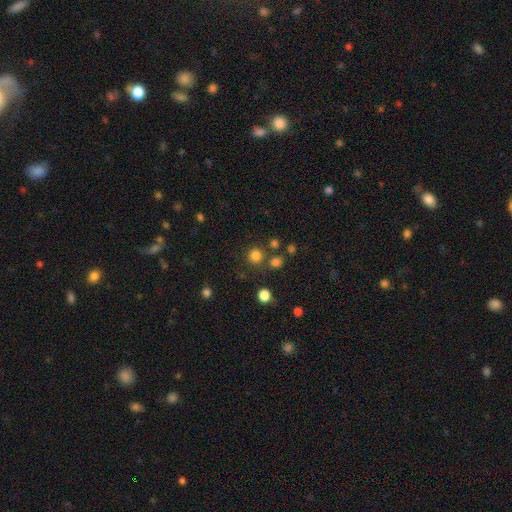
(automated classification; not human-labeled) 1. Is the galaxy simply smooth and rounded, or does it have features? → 79% smooth, 16% star or artifact, 5% featured or disk.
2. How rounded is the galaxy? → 93% round, 6% in between, 1% cigar-shaped.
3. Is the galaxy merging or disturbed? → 78% none, 11% merger, 8% minor disturbance, 4% major disturbance.